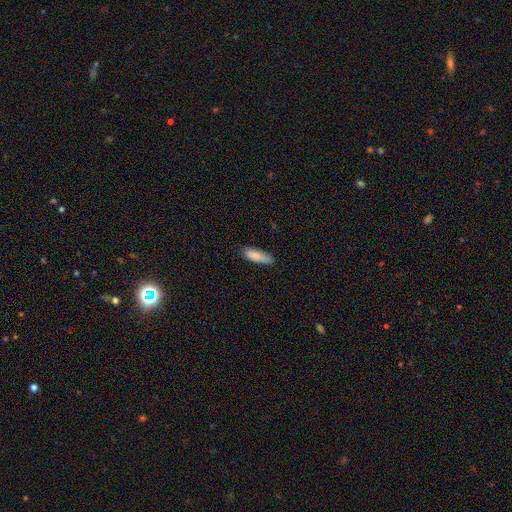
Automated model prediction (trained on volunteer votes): A smooth galaxy with no disk features (85%) that is in between round and cigar-shaped (52%).

Vote fractions:
- Smooth or featured? smooth: 85% / featured or disk: 9% / star or artifact: 6%
- How rounded? in between: 52% / cigar-shaped: 46% / round: 2%
- Merging? none: 76% / minor disturbance: 20% / major disturbance: 3% / merger: 1%